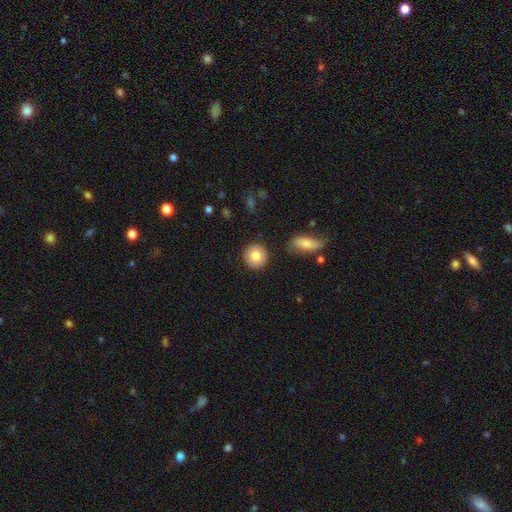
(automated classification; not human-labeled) Smooth or featured?
  - smooth: 81% *
  - featured or disk: 11%
  - star or artifact: 7%
How rounded?
  - round: 91% *
  - in between: 7%
  - cigar-shaped: 1%
Merging?
  - none: 89% *
  - minor disturbance: 7%
  - merger: 2%
  - major disturbance: 2%